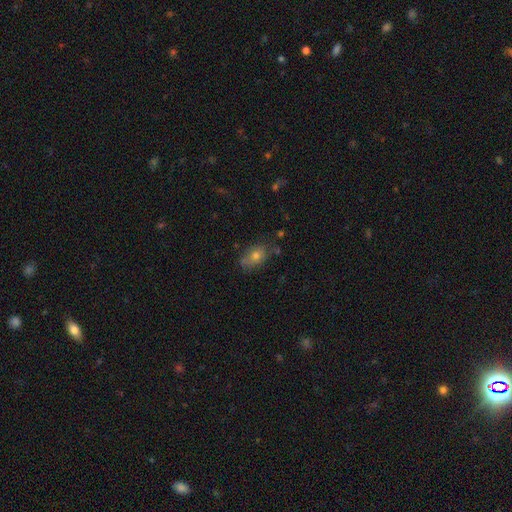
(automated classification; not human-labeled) smooth-or-featured: smooth: 67% | featured or disk: 18% | star or artifact: 14%
  how-rounded: in between: 77% | round: 20% | cigar-shaped: 3%
  merging: none: 68% | minor disturbance: 21% | merger: 6% | major disturbance: 5%